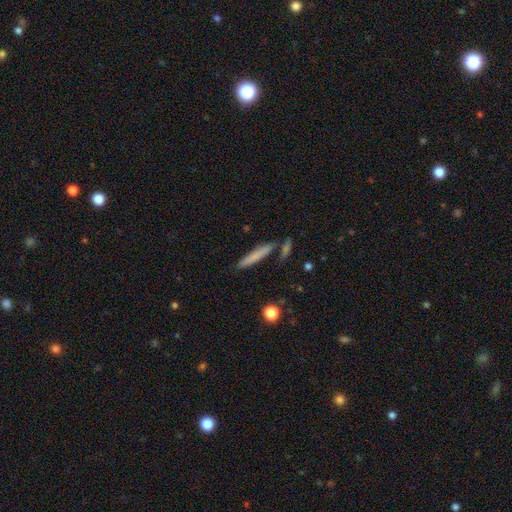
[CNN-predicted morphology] Smooth or featured: smooth — 72% (featured or disk — 21%)
How rounded: cigar-shaped — 92% (in between — 6%)
Merging: none — 79% (minor disturbance — 11%)